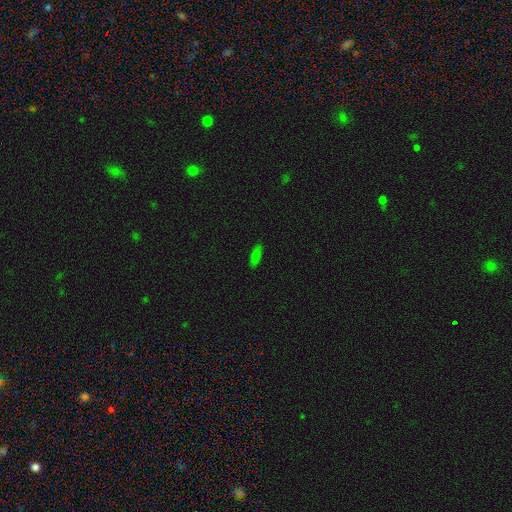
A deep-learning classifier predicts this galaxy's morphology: Q: Smooth or featured?
A: smooth (77%); runner-up: star or artifact (13%)
Q: How rounded?
A: in between (53%); runner-up: cigar-shaped (44%)
Q: Merging?
A: none (87%); runner-up: minor disturbance (10%)